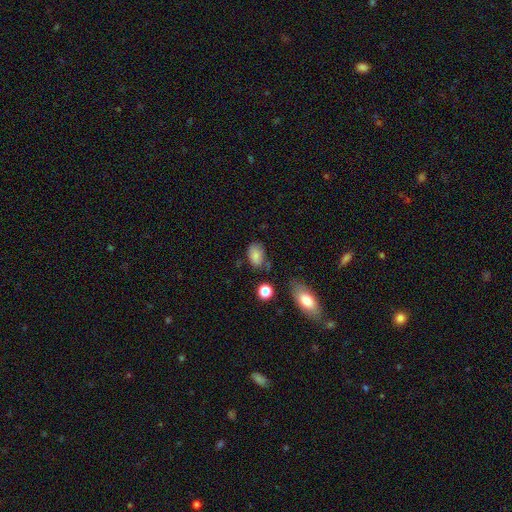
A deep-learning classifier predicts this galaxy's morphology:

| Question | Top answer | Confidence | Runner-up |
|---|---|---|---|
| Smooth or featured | smooth | 81% | star or artifact (9%) |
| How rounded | in between | 84% | round (15%) |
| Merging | none | 62% | minor disturbance (25%) |